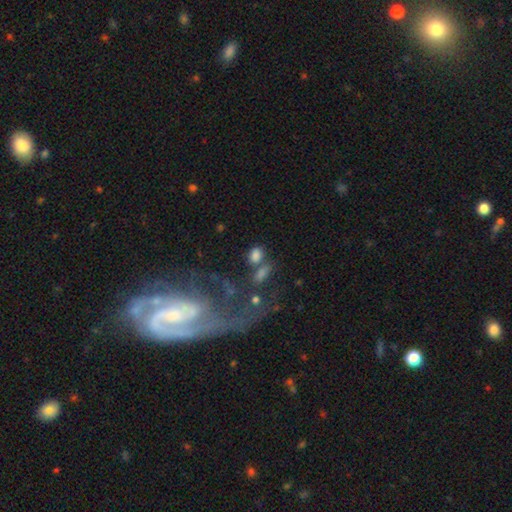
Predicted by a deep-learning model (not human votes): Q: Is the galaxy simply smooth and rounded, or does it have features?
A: smooth — 79%.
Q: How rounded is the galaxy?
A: in between — 69%.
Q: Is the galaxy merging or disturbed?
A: none — 56%.